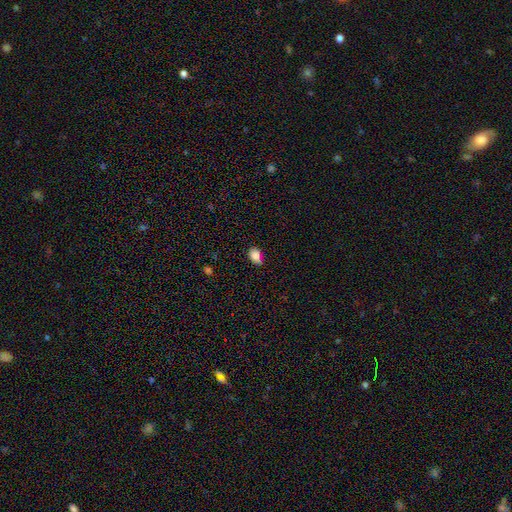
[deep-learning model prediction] Smooth or featured: smooth — 84% (star or artifact — 11%)
How rounded: in between — 78% (round — 20%)
Merging: none — 58% (minor disturbance — 32%)